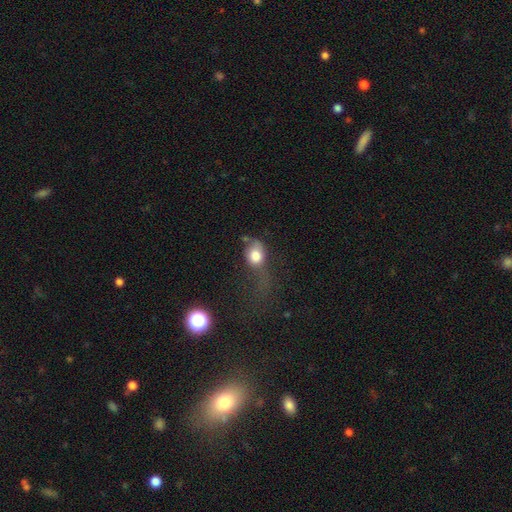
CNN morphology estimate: Smooth or featured? Predicted: smooth (p=0.76). How rounded? Predicted: in between (p=0.53). Merging? Predicted: major disturbance (p=0.45).